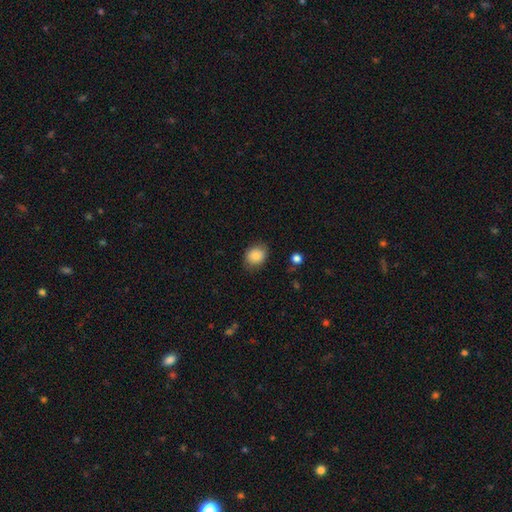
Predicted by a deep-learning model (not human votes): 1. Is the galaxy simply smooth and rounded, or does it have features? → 84% smooth, 8% star or artifact, 8% featured or disk.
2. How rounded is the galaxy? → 58% round, 41% in between, 1% cigar-shaped.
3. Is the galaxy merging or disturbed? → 79% none, 16% minor disturbance, 4% major disturbance, 1% merger.